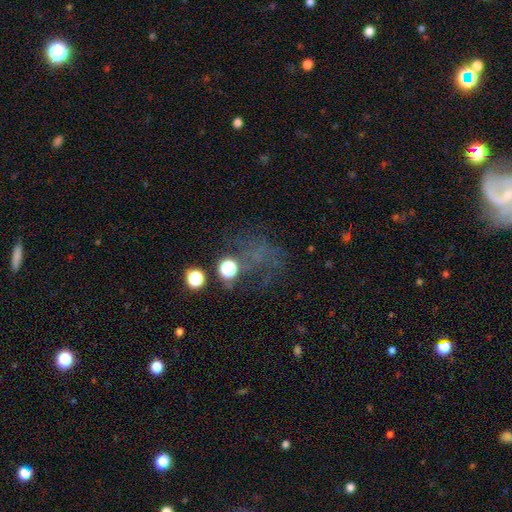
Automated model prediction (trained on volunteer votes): star or artifact 42%, smooth 36%, featured or disk 22%.